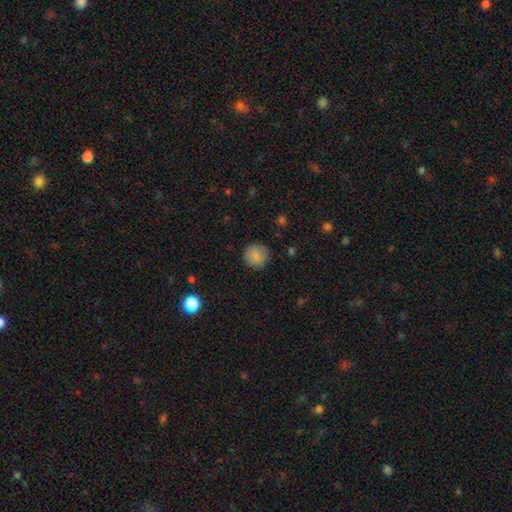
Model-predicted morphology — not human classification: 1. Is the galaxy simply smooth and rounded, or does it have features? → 84% smooth, 9% star or artifact, 7% featured or disk.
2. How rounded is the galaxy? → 92% round, 7% in between, 1% cigar-shaped.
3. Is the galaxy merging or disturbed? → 84% none, 12% minor disturbance, 3% major disturbance, 1% merger.